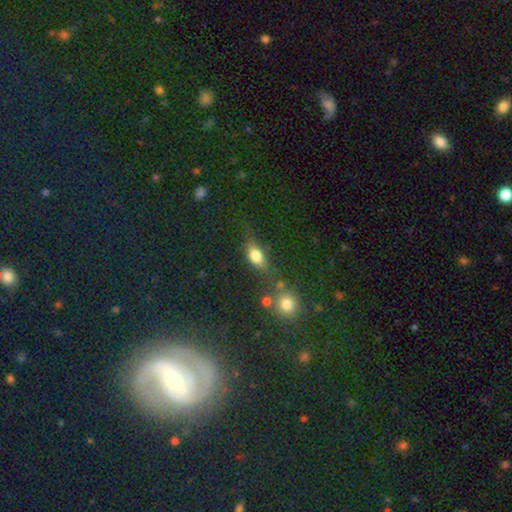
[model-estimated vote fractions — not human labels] The model was most divided on "merging": none: 59%, minor disturbance: 23%, major disturbance: 10%, merger: 8%. More confident: smooth or featured — smooth (73%); how rounded — in between (69%).